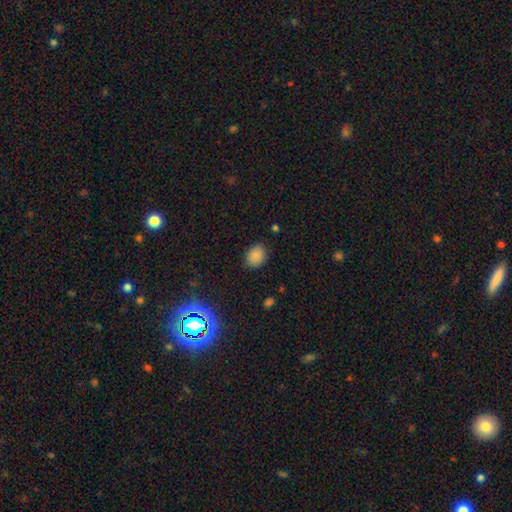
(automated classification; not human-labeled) smooth 84%, star or artifact 11%, featured or disk 4%. Down the decision tree: how rounded — round (51%); merging — none (84%).